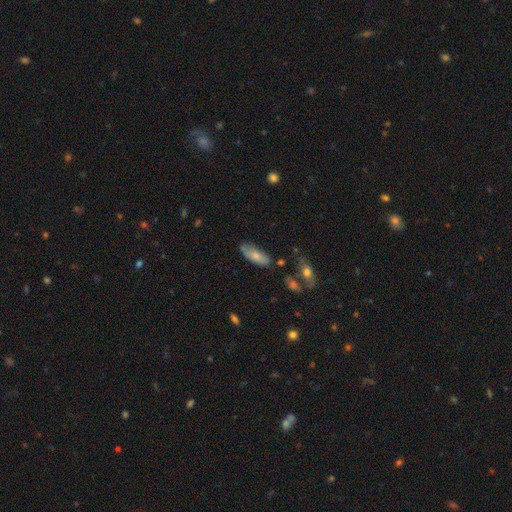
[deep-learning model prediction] Q: Smooth or featured?
A: smooth (74%); runner-up: featured or disk (20%)
Q: How rounded?
A: in between (74%); runner-up: cigar-shaped (24%)
Q: Merging?
A: none (64%); runner-up: minor disturbance (25%)